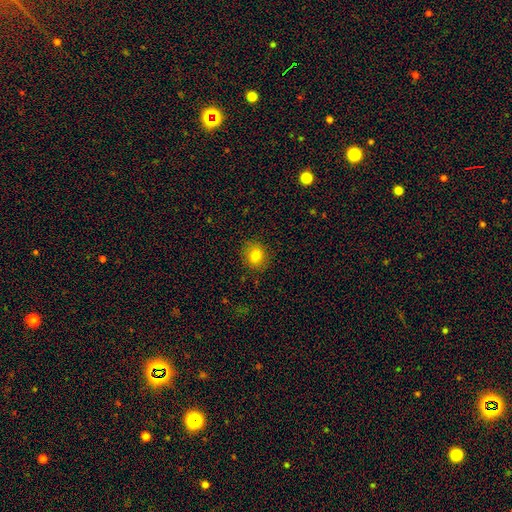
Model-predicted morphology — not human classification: Overall: smooth (81%). How rounded: round (76%). Merging: none (87%).